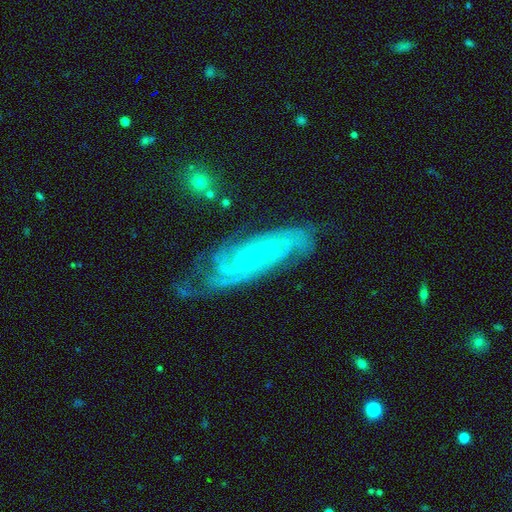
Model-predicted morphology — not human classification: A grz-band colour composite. It shows a featured or disk galaxy (85%) with no bar (68%), tight (71%) spiral arms (97%) and a small central bulge (83%). Merging: none (67%).